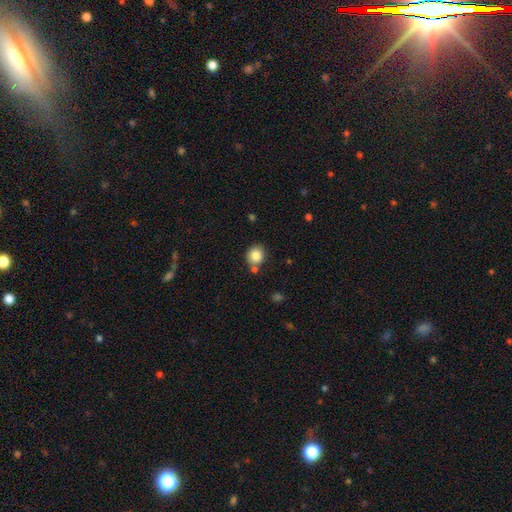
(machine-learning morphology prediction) Smooth or featured? smooth (84%)
How rounded? round (80%)
Merging? none (71%)